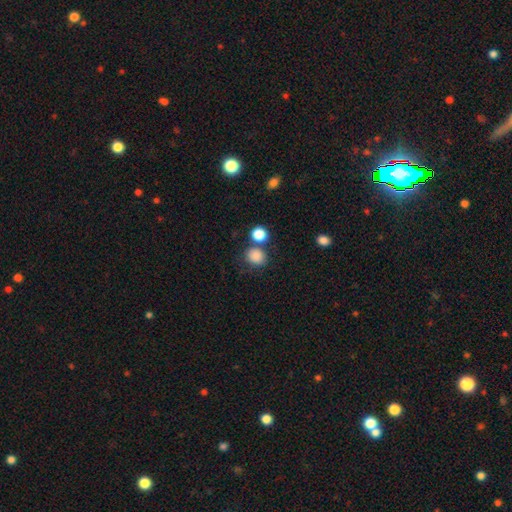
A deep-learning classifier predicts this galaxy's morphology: type=smooth (85%); roundness=round (72%); merging=none (67%).